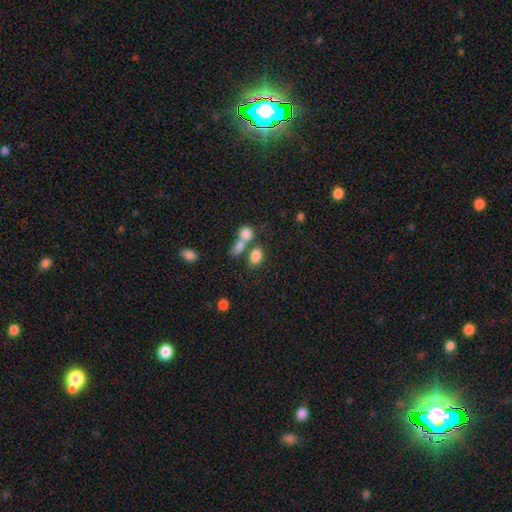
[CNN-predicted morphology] Q: Smooth or featured?
A: smooth (81%); runner-up: star or artifact (11%)
Q: How rounded?
A: in between (80%); runner-up: round (18%)
Q: Merging?
A: none (42%); tied with: merger (42%)